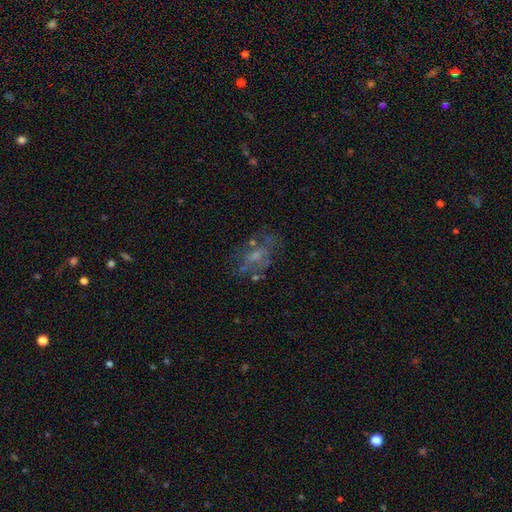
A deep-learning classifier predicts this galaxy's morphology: The model was most divided on "smooth or featured": featured or disk: 52%, smooth: 34%, star or artifact: 14%. Remaining: edge-on disk — no (95%); merging — none (49%).